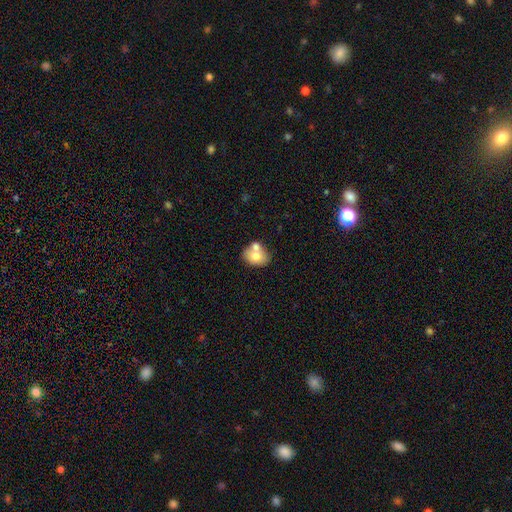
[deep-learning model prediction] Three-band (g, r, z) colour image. It shows a smooth galaxy with no disk features (71%) that is in between round and cigar-shaped (55%). Merging: none (48%).